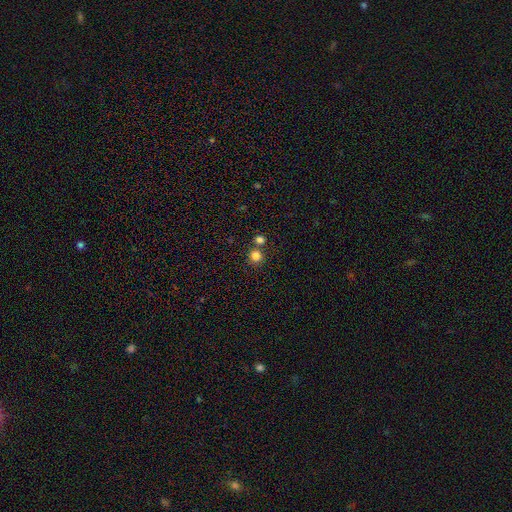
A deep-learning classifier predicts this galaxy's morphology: Smooth or featured?
  - smooth: 82% *
  - star or artifact: 13%
  - featured or disk: 5%
How rounded?
  - round: 92% *
  - in between: 7%
  - cigar-shaped: 1%
Merging?
  - none: 74% *
  - merger: 17%
  - minor disturbance: 7%
  - major disturbance: 2%